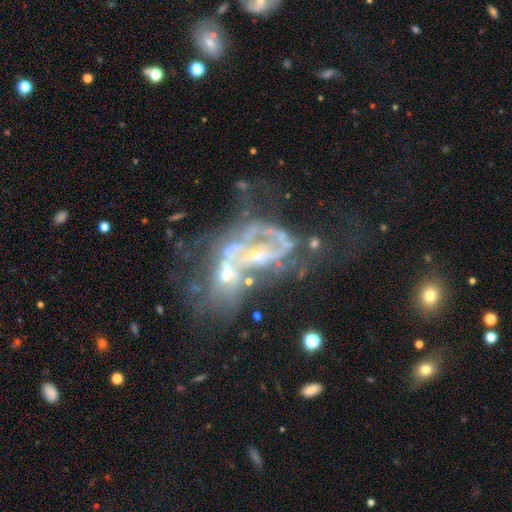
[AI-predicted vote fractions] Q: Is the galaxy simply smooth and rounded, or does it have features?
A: featured or disk — 69%.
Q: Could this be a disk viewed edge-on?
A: no — 98%.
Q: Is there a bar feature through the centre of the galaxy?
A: no — 69%.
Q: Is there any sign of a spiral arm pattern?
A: no — 62%.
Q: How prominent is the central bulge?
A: none — 36%.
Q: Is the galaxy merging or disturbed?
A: merger — 48%.